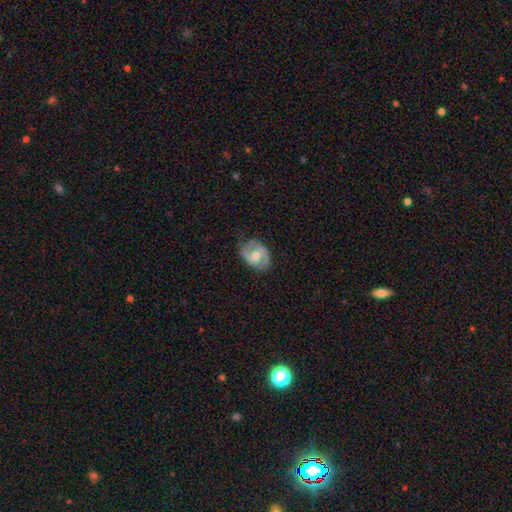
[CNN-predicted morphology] smooth_or_featured: featured or disk (p=0.71) [alt: smooth p=0.23]
disk_edge_on: no (p=0.97) [alt: yes p=0.03]
bar: weak (p=0.48) [alt: no p=0.34]
has_spiral_arms: yes (p=0.86) [alt: no p=0.14]
spiral_winding: medium (p=0.48) [alt: loose p=0.29]
spiral_arm_count: 2 (p=0.86) [alt: can't tell p=0.07]
bulge_size: moderate (p=0.71) [alt: small p=0.22]
merging: none (p=0.72) [alt: minor disturbance p=0.21]